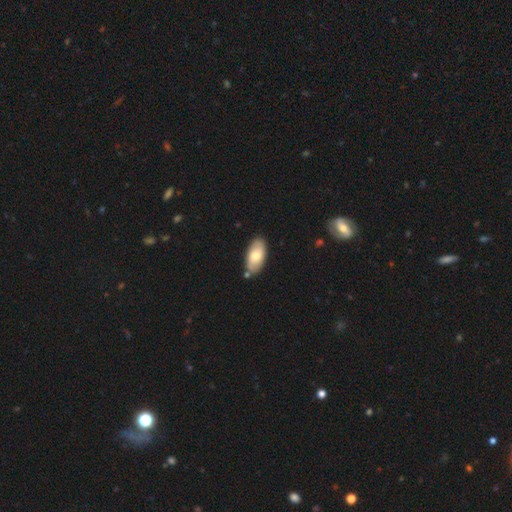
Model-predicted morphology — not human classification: type=smooth (73%); roundness=in between (94%); merging=none (79%).